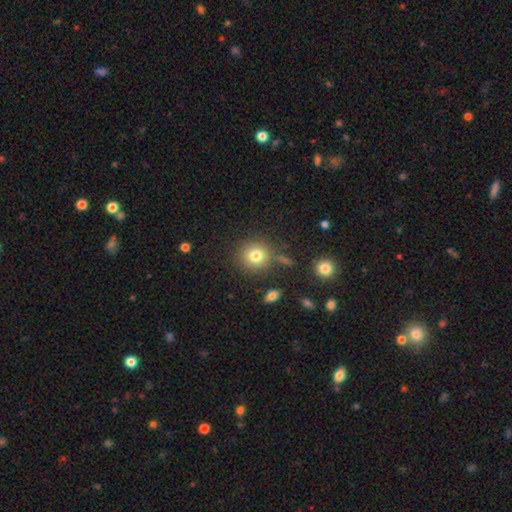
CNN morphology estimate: smooth-or-featured: smooth: 79% | star or artifact: 12% | featured or disk: 9%
  how-rounded: round: 89% | in between: 10% | cigar-shaped: 1%
  merging: none: 81% | minor disturbance: 10% | merger: 6% | major disturbance: 4%